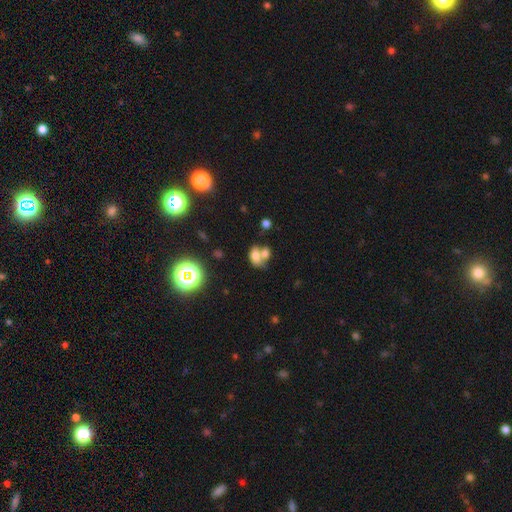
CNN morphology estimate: A smooth galaxy with no disk features (65%) that is in between round and cigar-shaped (69%). Merging: merger (57%).